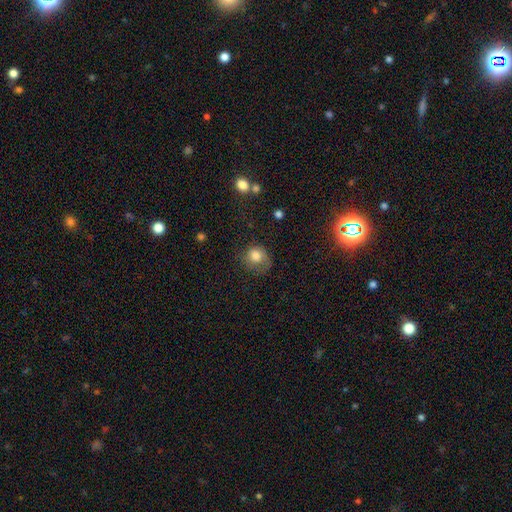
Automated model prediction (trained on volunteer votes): smooth_or_featured: smooth (p=0.77) [alt: featured or disk p=0.13]
how_rounded: round (p=0.76) [alt: in between p=0.23]
merging: none (p=0.45) [alt: minor disturbance p=0.29]